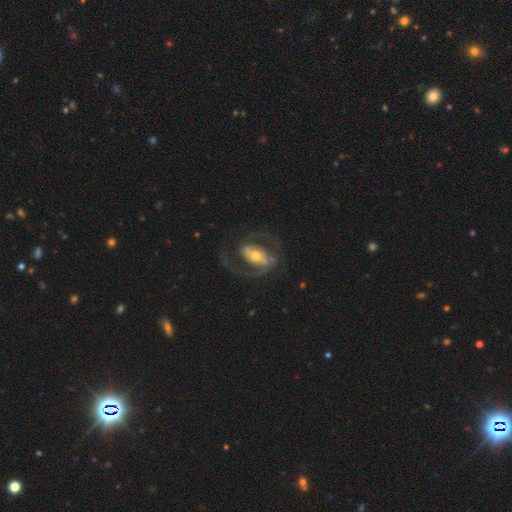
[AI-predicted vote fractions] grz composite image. It shows a featured or disk galaxy (83%) with a strong bar (39%), 2 (86%) medium (55%) spiral arms (88%) and a moderate central bulge (59%). Merging: none (65%).